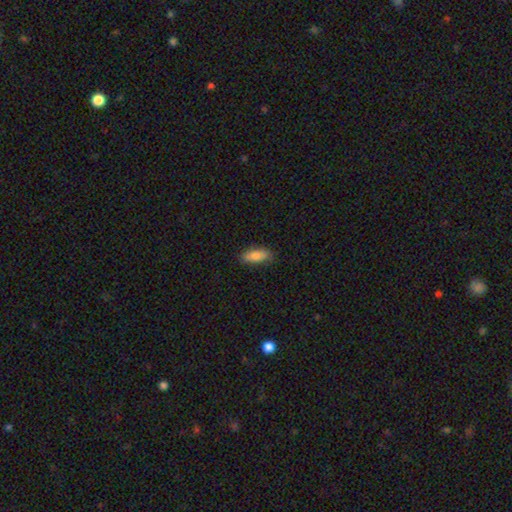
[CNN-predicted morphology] smooth_or_featured: smooth (p=0.81) [alt: featured or disk p=0.12]
how_rounded: in between (p=0.72) [alt: cigar-shaped p=0.25]
merging: none (p=0.83) [alt: minor disturbance p=0.13]